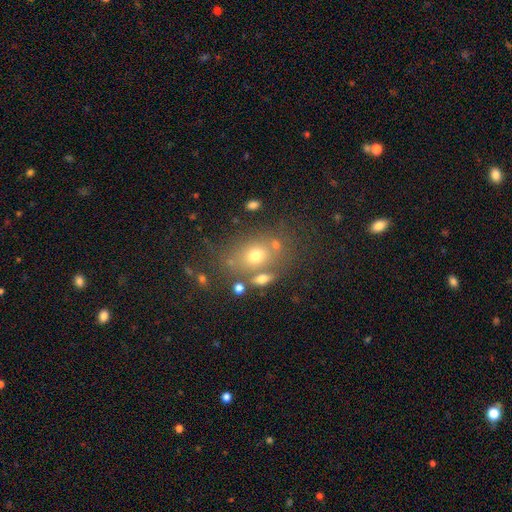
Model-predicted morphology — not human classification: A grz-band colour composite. It shows a smooth galaxy with no disk features (64%) that is in between round and cigar-shaped (61%). Merging: none (63%).